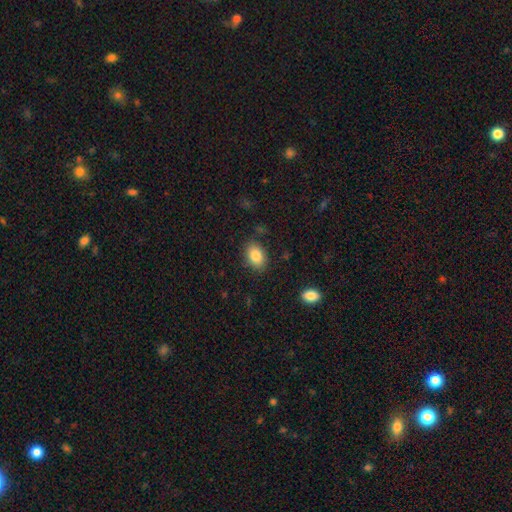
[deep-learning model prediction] A smooth galaxy with no disk features (85%) that is in between round and cigar-shaped (81%). Merging: none (84%).